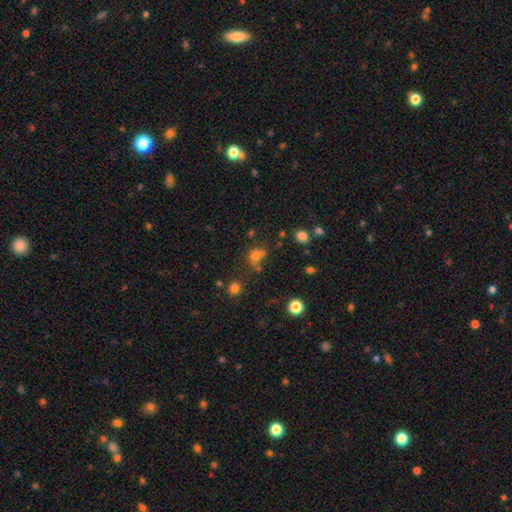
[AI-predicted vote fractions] Overall: smooth (68%). How rounded: round (71%). Merging: none (50%; merger 23%).